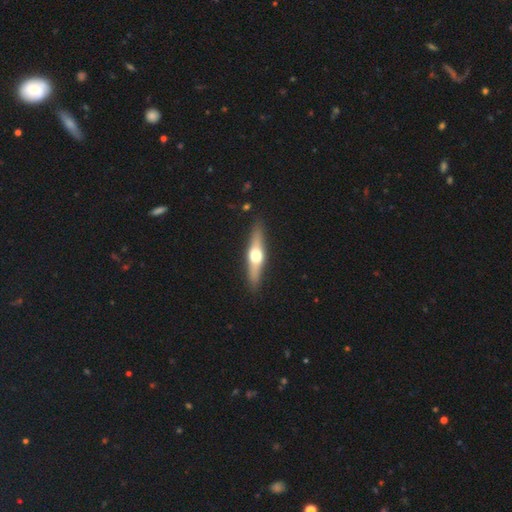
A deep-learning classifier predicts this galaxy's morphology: type=featured or disk (64%); edge-on=yes (95%); edge-on bulge=rounded (96%); merging=none (89%).